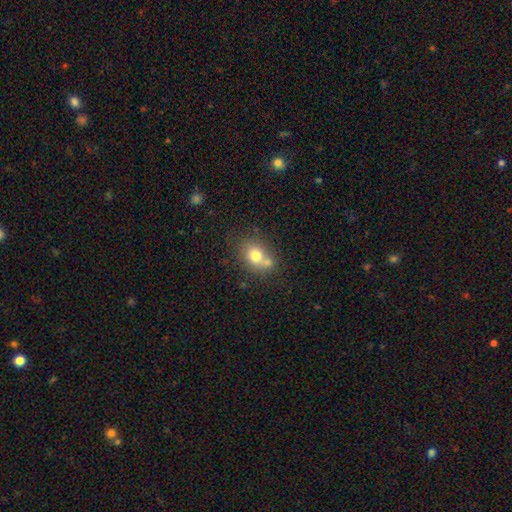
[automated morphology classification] Q: Smooth or featured?
A: smooth (72%); runner-up: featured or disk (17%)
Q: How rounded?
A: in between (52%); runner-up: round (47%)
Q: Merging?
A: none (47%); runner-up: merger (35%)